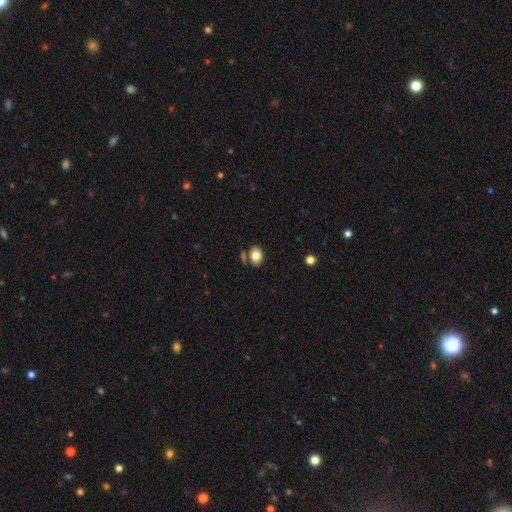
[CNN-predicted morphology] A smooth galaxy with no disk features (81%) that is in between round and cigar-shaped (72%). Merging: none (74%).